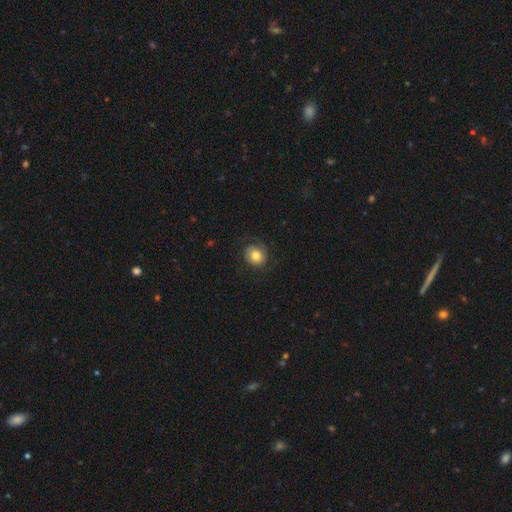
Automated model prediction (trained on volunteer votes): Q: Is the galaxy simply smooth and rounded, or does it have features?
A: smooth — 70%.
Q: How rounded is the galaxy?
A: round — 78%.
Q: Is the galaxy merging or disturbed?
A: none — 70%.